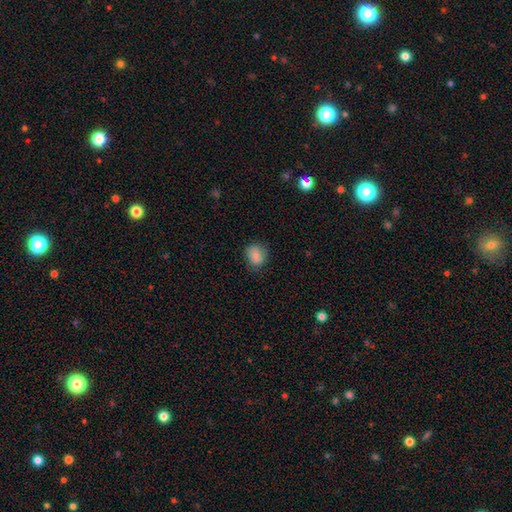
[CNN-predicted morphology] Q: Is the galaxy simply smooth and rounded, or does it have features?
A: smooth — 83%.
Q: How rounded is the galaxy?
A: round — 63%.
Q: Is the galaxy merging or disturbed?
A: none — 75%.